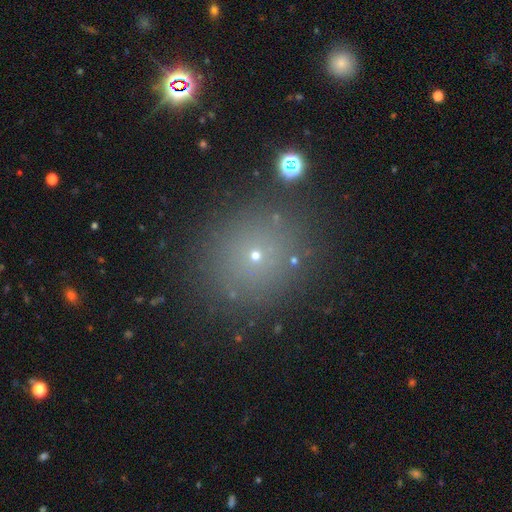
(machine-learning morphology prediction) Q: Smooth or featured?
A: smooth (59%); runner-up: star or artifact (28%)
Q: How rounded?
A: round (90%); runner-up: in between (9%)
Q: Merging?
A: none (86%); runner-up: minor disturbance (8%)